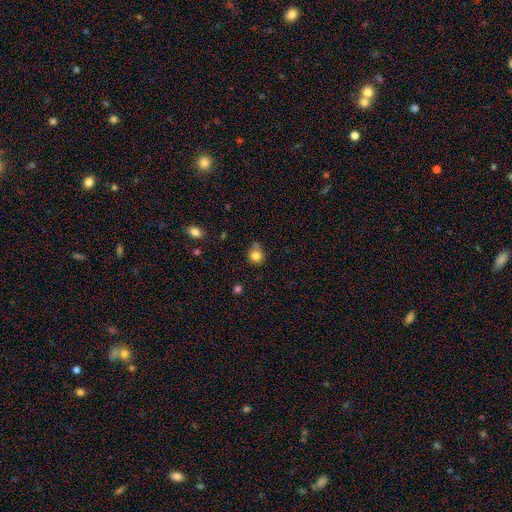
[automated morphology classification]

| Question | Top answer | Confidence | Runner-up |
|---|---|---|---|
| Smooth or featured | smooth | 81% | star or artifact (11%) |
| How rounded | round | 75% | in between (24%) |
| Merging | none | 60% | minor disturbance (24%) |